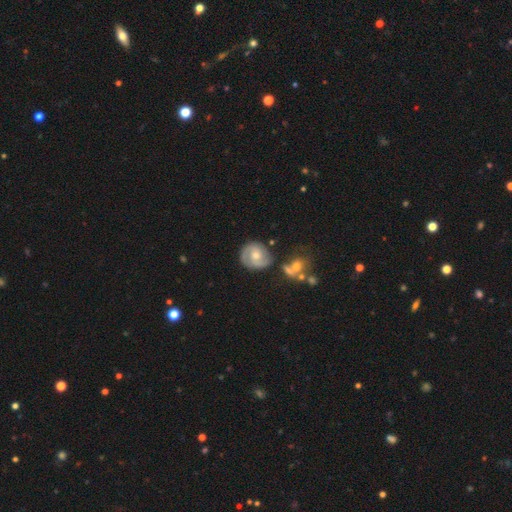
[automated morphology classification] This is likely a featured or disk galaxy (73%). It is clearly not viewed edge-on (98%). Bar: likely no (65%). Spiral arm pattern: clearly yes (91%). Spiral arm count: likely 2 (63%). Spiral winding: possibly tight (55%). Central bulge: possibly moderate (59%). Merging: likely none (63%).